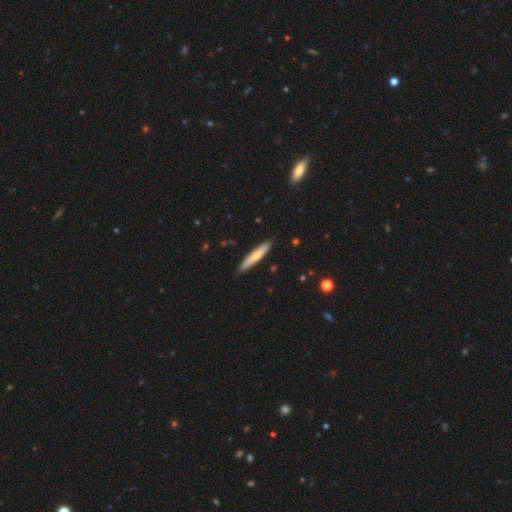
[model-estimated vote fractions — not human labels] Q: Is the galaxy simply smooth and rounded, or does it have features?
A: smooth — 60%.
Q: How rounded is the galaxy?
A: cigar-shaped — 88%.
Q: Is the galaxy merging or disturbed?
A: none — 88%.